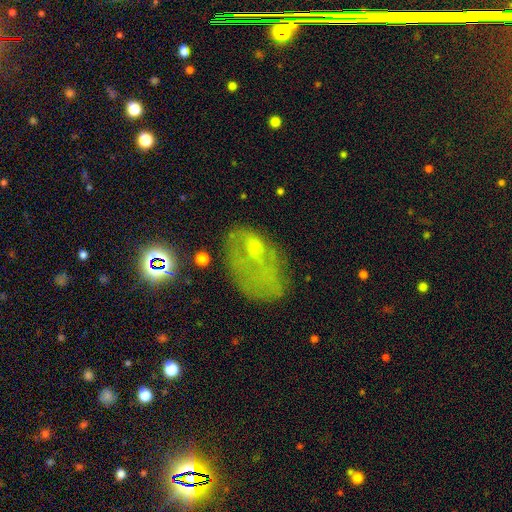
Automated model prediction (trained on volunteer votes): Smooth or featured? smooth (39%)
Merging? none (38%)